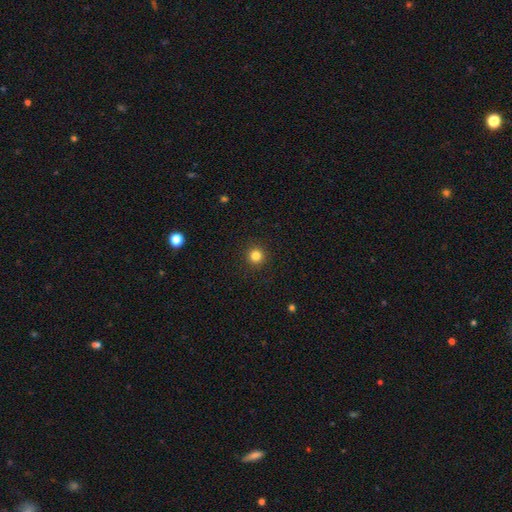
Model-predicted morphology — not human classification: Smooth or featured: smooth — 82% (star or artifact — 13%)
How rounded: round — 96% (in between — 3%)
Merging: none — 93% (minor disturbance — 5%)